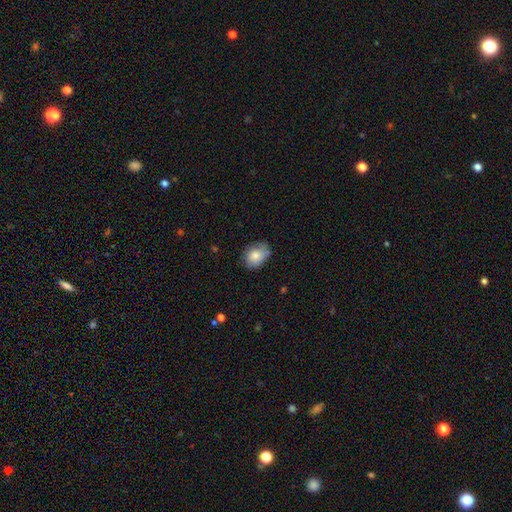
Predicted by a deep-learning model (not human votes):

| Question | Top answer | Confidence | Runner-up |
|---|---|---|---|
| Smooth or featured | smooth | 78% | featured or disk (14%) |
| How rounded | in between | 66% | round (33%) |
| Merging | none | 64% | minor disturbance (28%) |